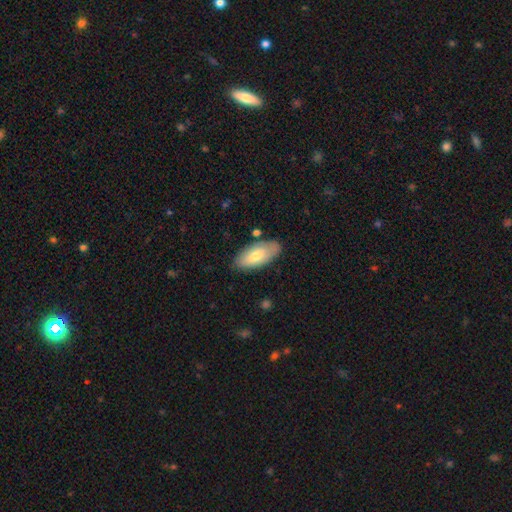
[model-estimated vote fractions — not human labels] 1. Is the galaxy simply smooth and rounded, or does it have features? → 69% smooth, 25% featured or disk, 6% star or artifact.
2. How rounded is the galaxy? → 90% in between, 7% cigar-shaped, 2% round.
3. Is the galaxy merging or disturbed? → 79% none, 15% minor disturbance, 3% major disturbance, 3% merger.